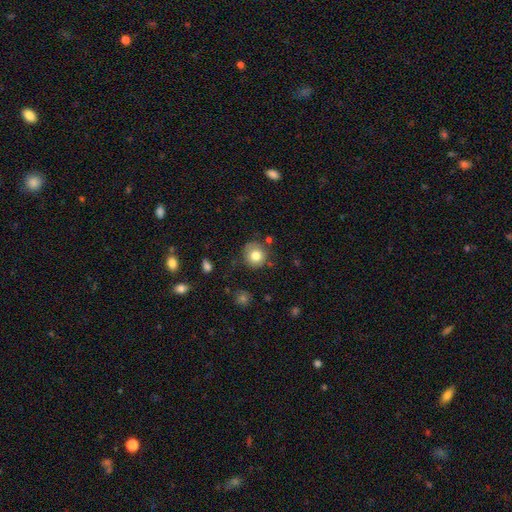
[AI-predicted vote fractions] Overall: smooth (80%). How rounded: round (91%). Merging: none (78%).